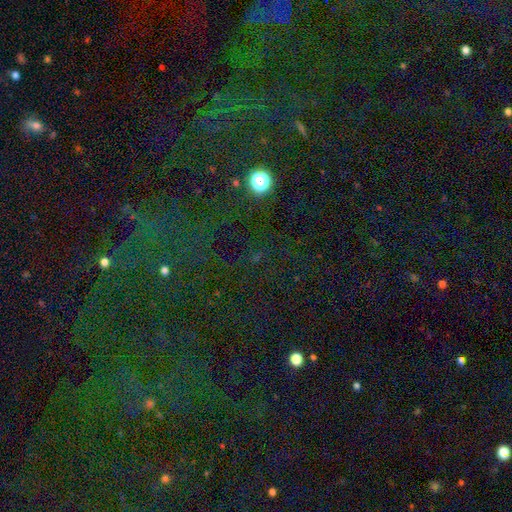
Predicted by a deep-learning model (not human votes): Q: Smooth or featured?
A: star or artifact (69%); runner-up: smooth (22%)